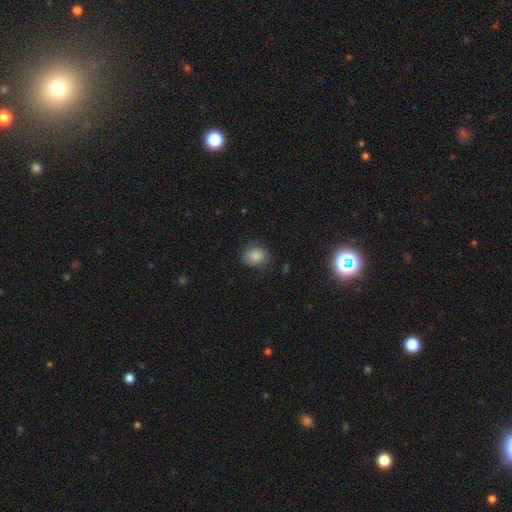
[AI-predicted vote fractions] smooth-or-featured: smooth: 80% | featured or disk: 11% | star or artifact: 9%
  how-rounded: round: 62% | in between: 37% | cigar-shaped: 1%
  merging: none: 64% | minor disturbance: 26% | major disturbance: 9% | merger: 1%